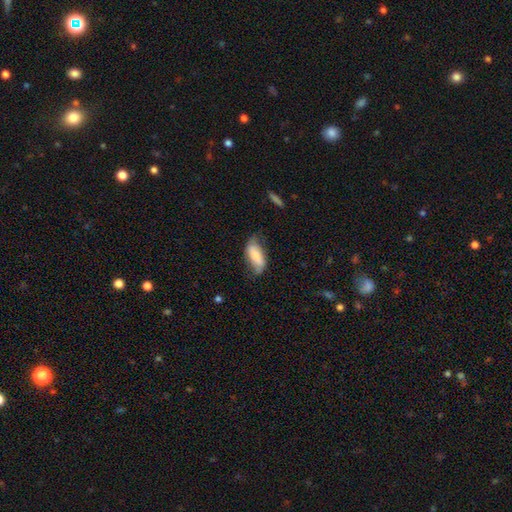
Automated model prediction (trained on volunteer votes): smooth_or_featured: smooth (p=0.65) [alt: featured or disk p=0.28]
how_rounded: in between (p=0.86) [alt: cigar-shaped p=0.12]
merging: none (p=0.49) [alt: minor disturbance p=0.35]